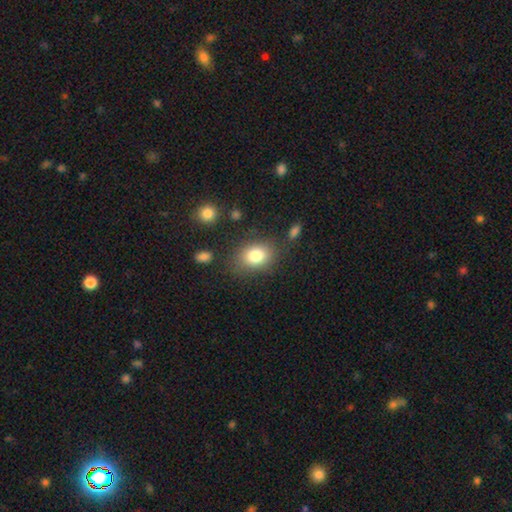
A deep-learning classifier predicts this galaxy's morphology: smooth_or_featured: smooth (p=0.81) [alt: featured or disk p=0.10]
how_rounded: in between (p=0.68) [alt: round p=0.31]
merging: none (p=0.77) [alt: minor disturbance p=0.14]